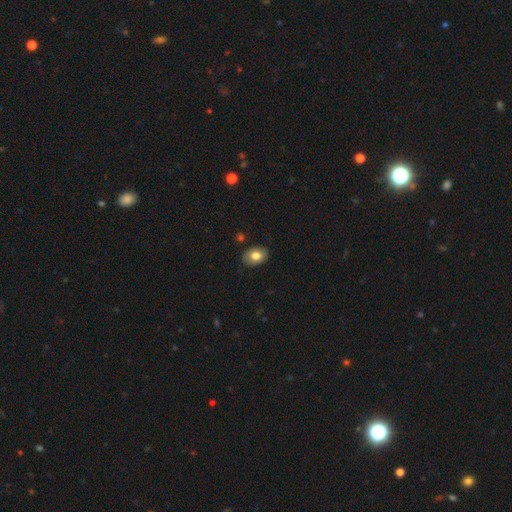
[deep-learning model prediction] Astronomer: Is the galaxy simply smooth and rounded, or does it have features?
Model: smooth — 76%.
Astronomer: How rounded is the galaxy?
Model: in between — 80%.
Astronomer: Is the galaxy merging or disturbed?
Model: none — 85%.